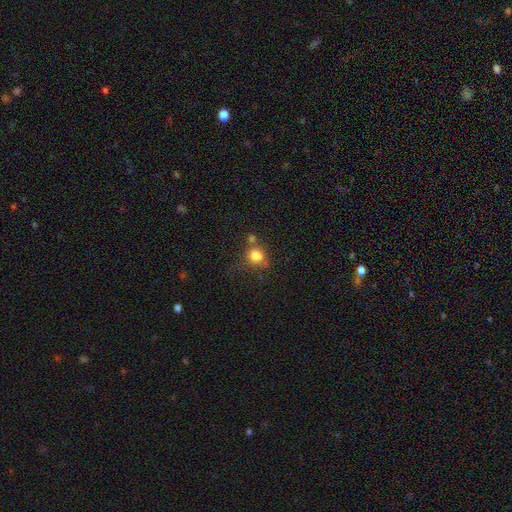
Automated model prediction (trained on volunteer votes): Smooth or featured? Predicted: smooth (p=0.78). How rounded? Predicted: round (p=0.78). Merging? Predicted: none (p=0.44).